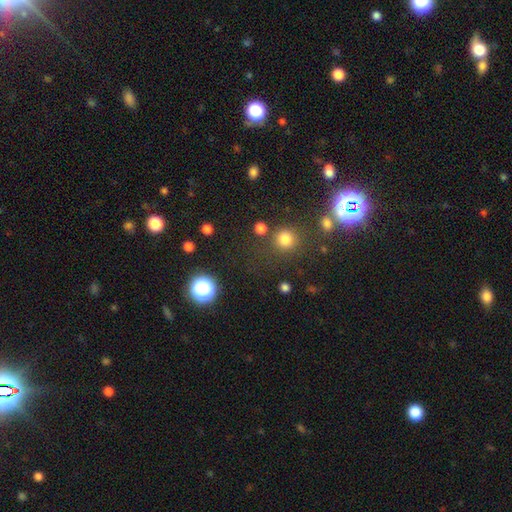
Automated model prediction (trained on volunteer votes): star or artifact 67%, smooth 26%, featured or disk 7%.